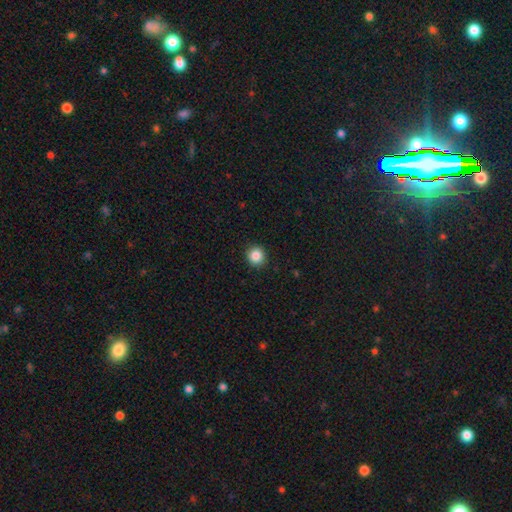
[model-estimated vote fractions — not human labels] Q: Smooth or featured?
A: smooth (86%); runner-up: star or artifact (10%)
Q: How rounded?
A: round (92%); runner-up: in between (8%)
Q: Merging?
A: none (92%); runner-up: minor disturbance (6%)